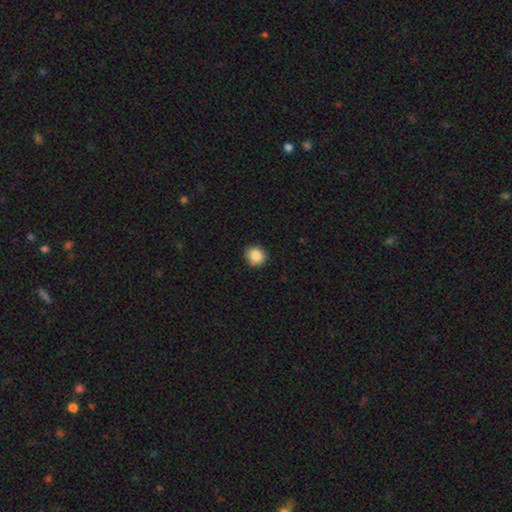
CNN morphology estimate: Q: Smooth or featured?
A: smooth (87%); runner-up: star or artifact (9%)
Q: How rounded?
A: round (80%); runner-up: in between (19%)
Q: Merging?
A: none (86%); runner-up: minor disturbance (11%)